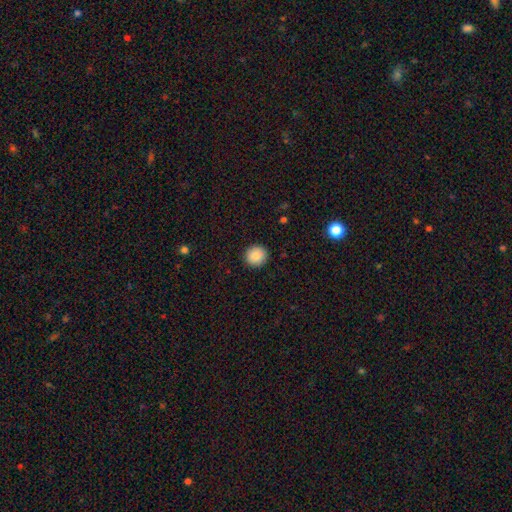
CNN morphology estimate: This appears to be a smooth galaxy with no disk features (87%) that is round (93%). Merging: none (92%).